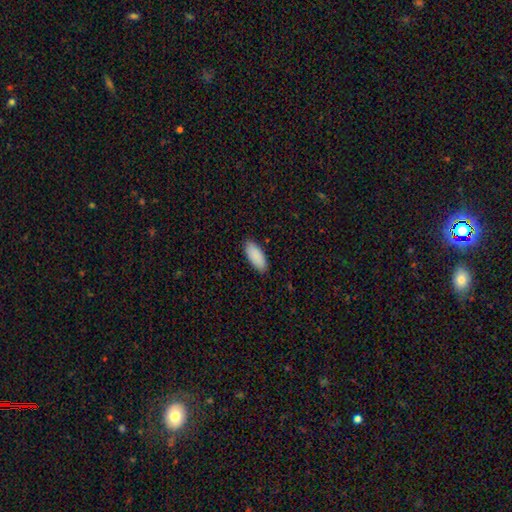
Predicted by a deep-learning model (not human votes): A smooth galaxy with no disk features (91%) that is in between round and cigar-shaped (87%).

Vote fractions:
- Smooth or featured? smooth: 91% / star or artifact: 6% / featured or disk: 4%
- How rounded? in between: 87% / cigar-shaped: 11% / round: 2%
- Merging? none: 89% / minor disturbance: 8% / major disturbance: 2% / merger: 1%